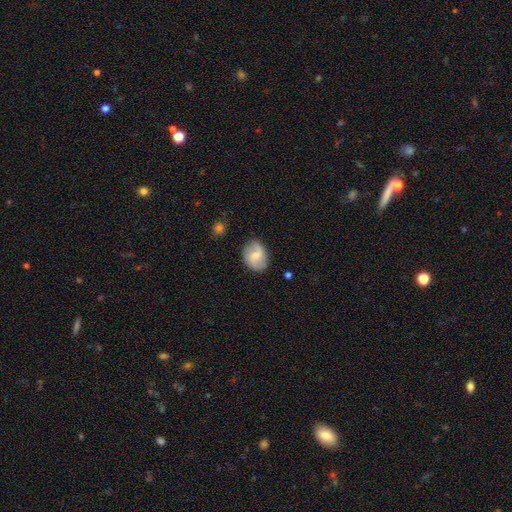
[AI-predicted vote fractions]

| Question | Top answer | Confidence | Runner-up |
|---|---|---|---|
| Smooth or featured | featured or disk | 54% | smooth (39%) |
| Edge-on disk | no | 97% | yes (3%) |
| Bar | weak | 49% | no (39%) |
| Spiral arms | yes | 84% | no (16%) |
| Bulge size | small | 51% | moderate (43%) |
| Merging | none | 79% | minor disturbance (16%) |